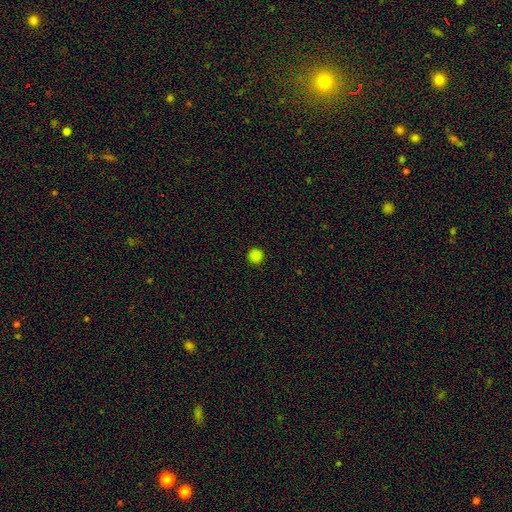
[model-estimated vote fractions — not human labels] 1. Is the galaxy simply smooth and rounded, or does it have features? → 84% smooth, 13% star or artifact, 2% featured or disk.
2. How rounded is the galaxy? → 96% round, 3% in between, 1% cigar-shaped.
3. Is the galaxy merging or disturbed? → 92% none, 5% minor disturbance, 2% major disturbance, 1% merger.